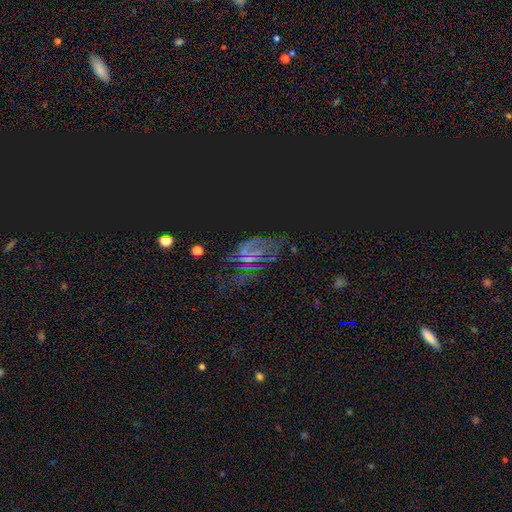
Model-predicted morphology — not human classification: This appears to be a star or artifact, not a galaxy (53%).